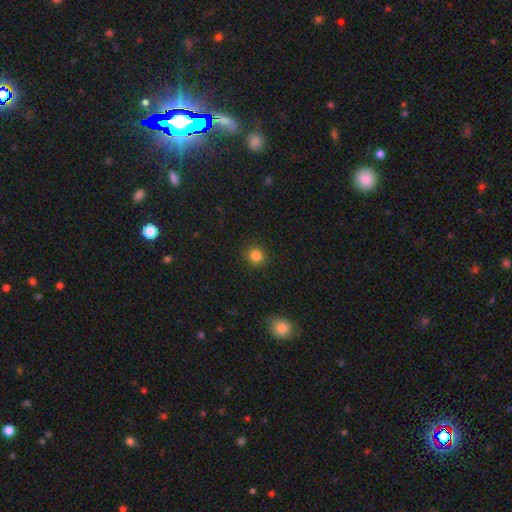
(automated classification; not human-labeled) Smooth or featured? Predicted: smooth (p=0.84). How rounded? Predicted: round (p=0.88). Merging? Predicted: none (p=0.91).